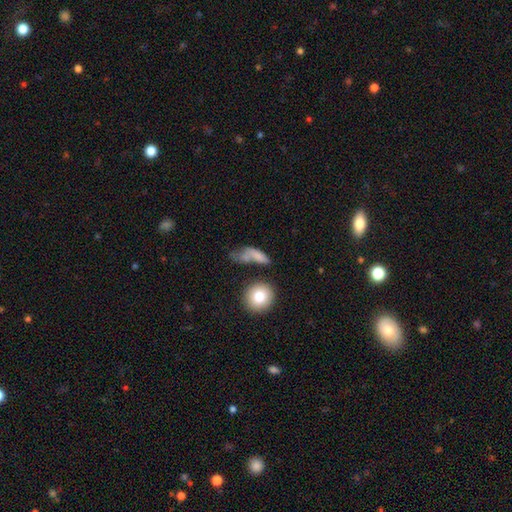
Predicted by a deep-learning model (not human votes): This appears to be a smooth galaxy with no disk features (71%) that is in between round and cigar-shaped (62%). Merging: none (33%).